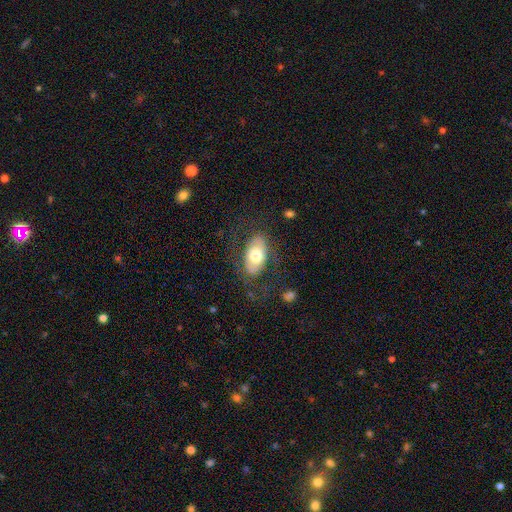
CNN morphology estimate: type=smooth (61%); roundness=in between (93%); merging=none (73%).